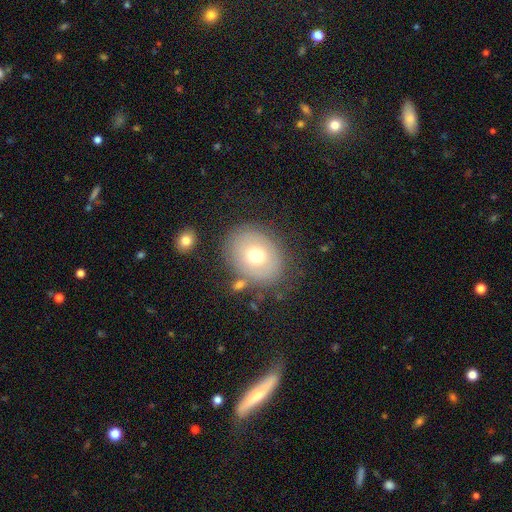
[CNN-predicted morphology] A smooth galaxy with no disk features (60%) that is in between round and cigar-shaped (57%). Merging: none (75%).